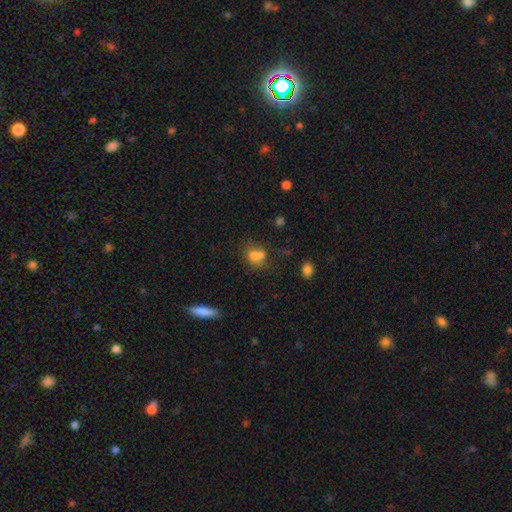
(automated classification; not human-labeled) Overall: smooth (73%). How rounded: round (50%; in between 48%). Merging: none (38%, tied with merger).